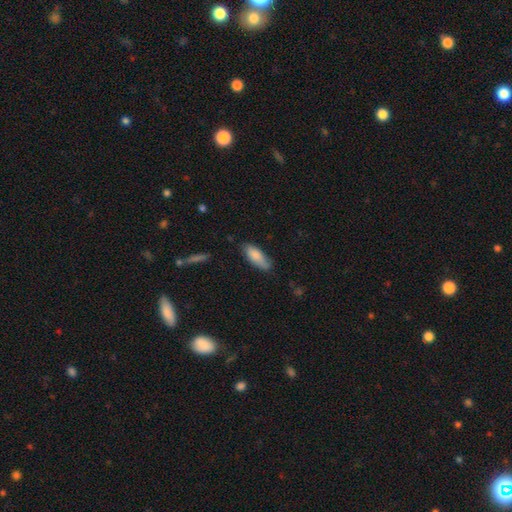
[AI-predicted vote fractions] Smooth or featured? Predicted: smooth (p=0.83). How rounded? Predicted: in between (p=0.73). Merging? Predicted: none (p=0.72).